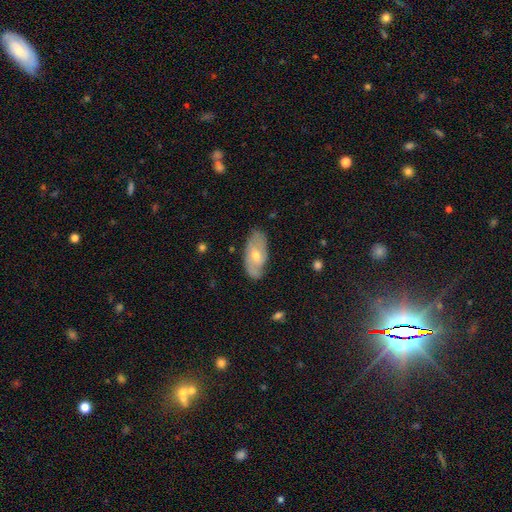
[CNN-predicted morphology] smooth-or-featured: featured or disk: 54% | smooth: 39% | star or artifact: 7%
  disk-edge-on: no: 86% | yes: 14%
  merging: none: 78% | minor disturbance: 17% | major disturbance: 3% | merger: 1%